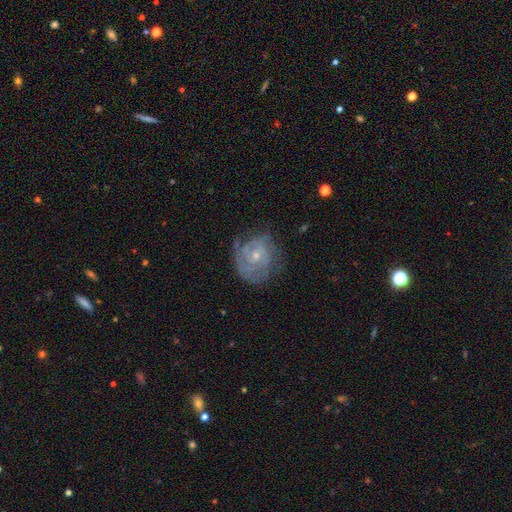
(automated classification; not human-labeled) Smooth or featured? Predicted: featured or disk (p=0.86). Edge-on disk? Predicted: no (p=0.98). Bar? Predicted: no (p=0.63). Spiral arms? Predicted: yes (p=0.96). Spiral winding? Predicted: tight (p=0.71). Spiral arm count? Predicted: 2 (p=0.34). Bulge size? Predicted: small (p=0.68). Merging? Predicted: none (p=0.72).